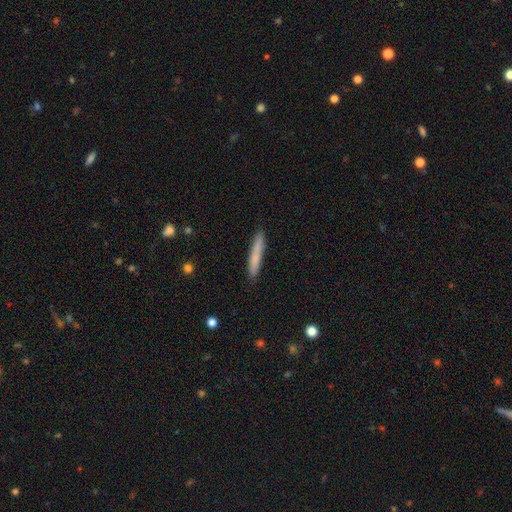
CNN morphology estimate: smooth-or-featured: smooth: 74% | featured or disk: 20% | star or artifact: 6%
  how-rounded: cigar-shaped: 95% | in between: 4% | round: 1%
  merging: none: 88% | minor disturbance: 9% | major disturbance: 2% | merger: 1%